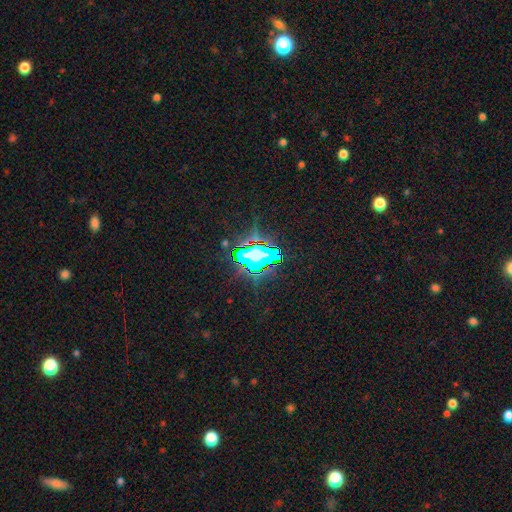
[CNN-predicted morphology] A star or artifact, not a galaxy (57%).

Vote fractions:
- Smooth or featured? star or artifact: 57% / smooth: 25% / featured or disk: 18%